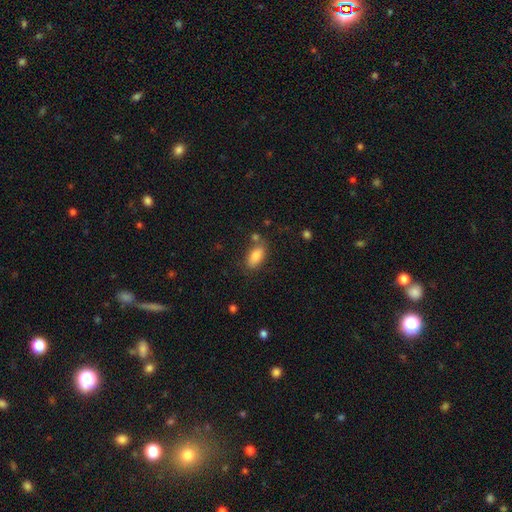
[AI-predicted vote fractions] Morphology: type=smooth (83%); roundness=in between (88%); merging=none (71%).